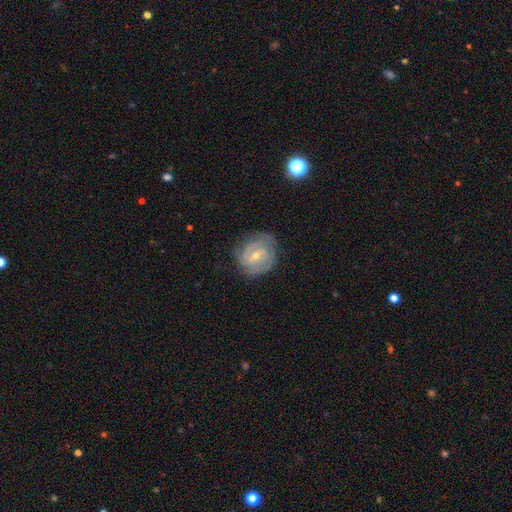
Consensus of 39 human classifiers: Overall: featured or disk (85%). Edge-on disk: no (97%). Bar: weak (50%; strong 28%). Spiral arms: yes (94%). Spiral arm count: 2 (50%; can't tell 23%). Spiral winding: tight (80%). Bulge size: small (53%; moderate 44%). Merging: none (81%).